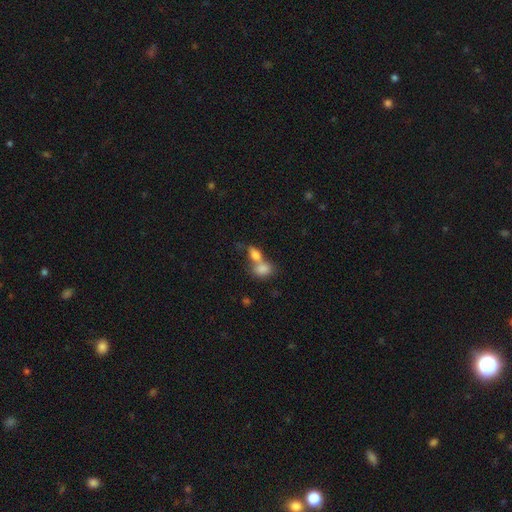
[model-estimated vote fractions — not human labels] The model was most divided on "merging": merger: 65%, none: 23%, minor disturbance: 7%, major disturbance: 4%. More confident: how rounded — in between (81%); smooth or featured — smooth (80%).